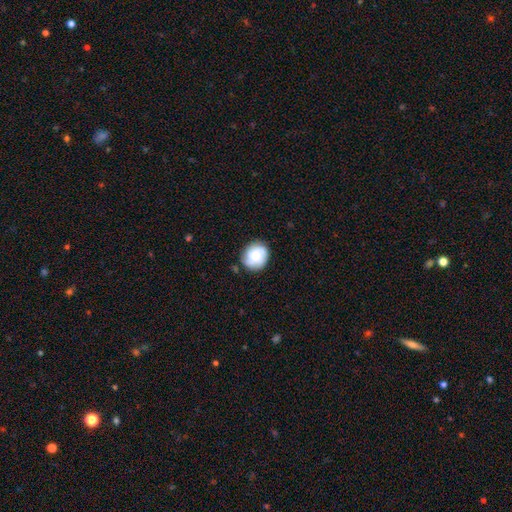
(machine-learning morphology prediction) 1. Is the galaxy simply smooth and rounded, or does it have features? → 58% smooth, 34% featured or disk, 8% star or artifact.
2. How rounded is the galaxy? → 79% round, 20% in between, 1% cigar-shaped.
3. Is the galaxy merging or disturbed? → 76% none, 18% minor disturbance, 4% major disturbance, 2% merger.